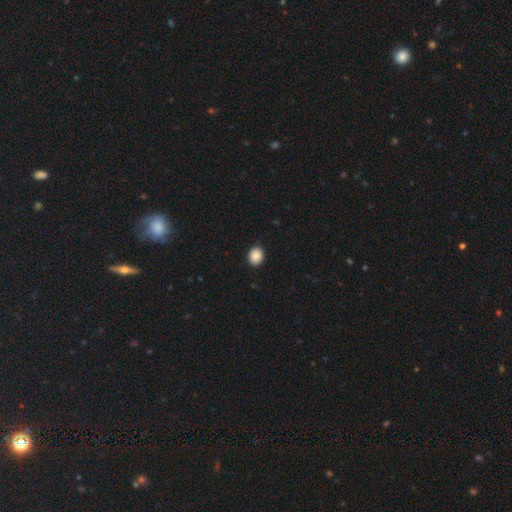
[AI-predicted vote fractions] smooth_or_featured: smooth (p=0.89) [alt: star or artifact p=0.08]
how_rounded: round (p=0.53) [alt: in between p=0.46]
merging: none (p=0.91) [alt: minor disturbance p=0.06]